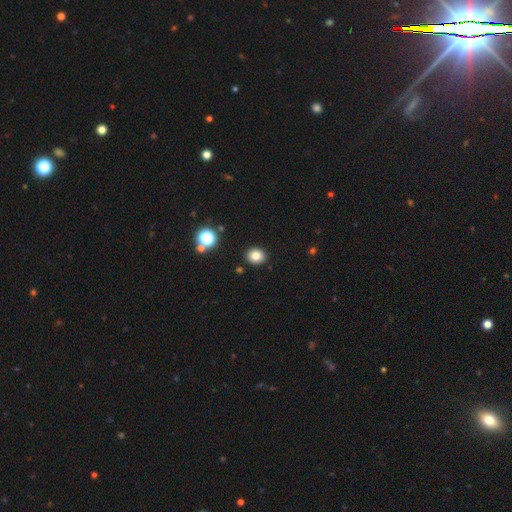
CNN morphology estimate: Smooth or featured? smooth (82%)
How rounded? round (69%)
Merging? none (89%)